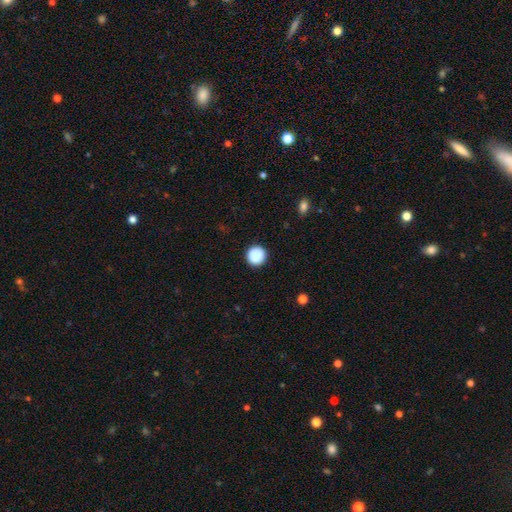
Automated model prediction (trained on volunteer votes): smooth-or-featured: smooth: 87% | star or artifact: 8% | featured or disk: 5%
  how-rounded: round: 95% | in between: 4% | cigar-shaped: 1%
  merging: none: 90% | minor disturbance: 7% | major disturbance: 2% | merger: 1%